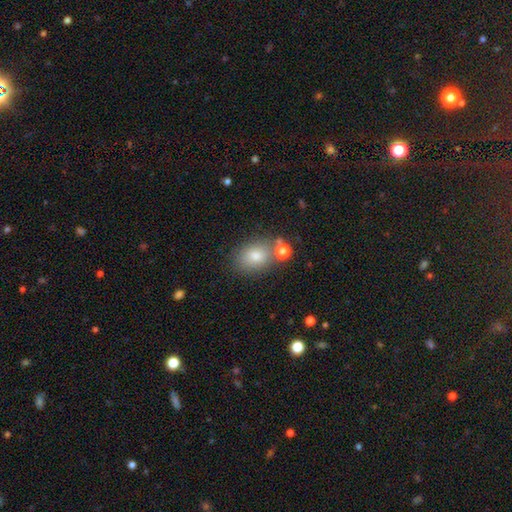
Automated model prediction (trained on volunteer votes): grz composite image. It shows a smooth galaxy with no disk features (77%) that is in between round and cigar-shaped (63%). Merging: none (73%).